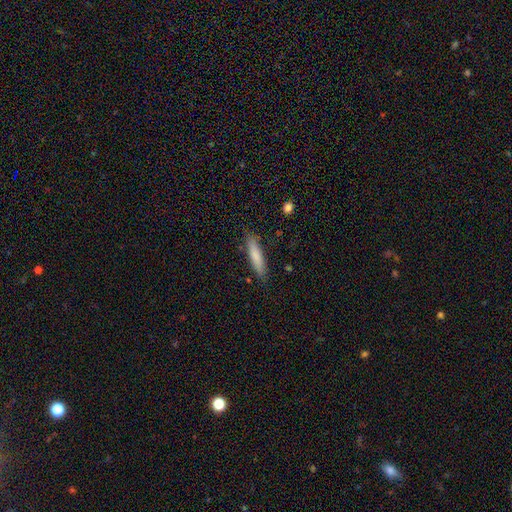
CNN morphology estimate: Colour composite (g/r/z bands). It shows a smooth galaxy with no disk features (78%) that is cigar-shaped (84%). Merging: none (84%).